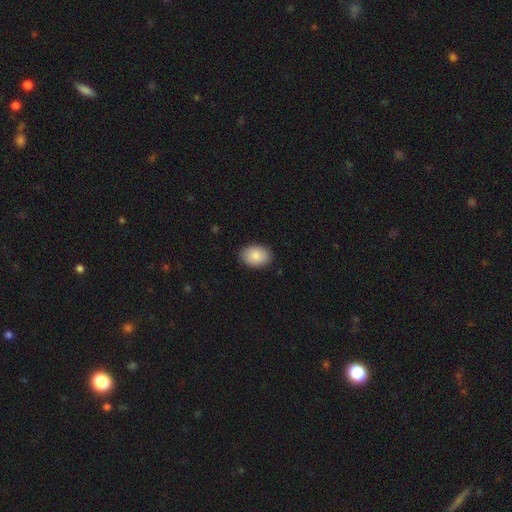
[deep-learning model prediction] Morphology: type=smooth (89%); roundness=in between (81%); merging=none (89%).